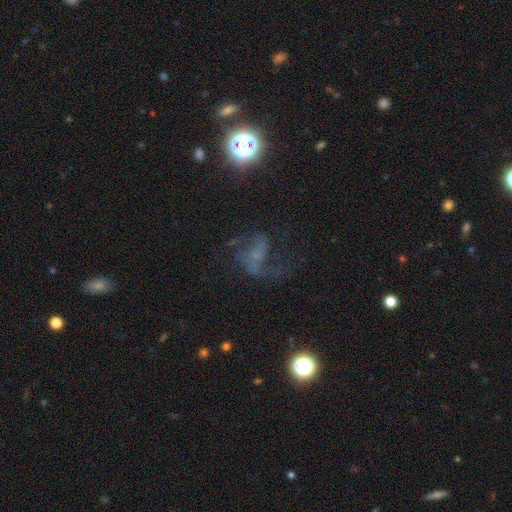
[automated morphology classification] Smooth or featured? featured or disk (66%)
Edge-on disk? no (97%)
Bar? no (54%)
Spiral arms? yes (85%)
Spiral winding? loose (65%)
Spiral arm count? 2 (75%)
Bulge size? small (47%)
Merging? none (53%)